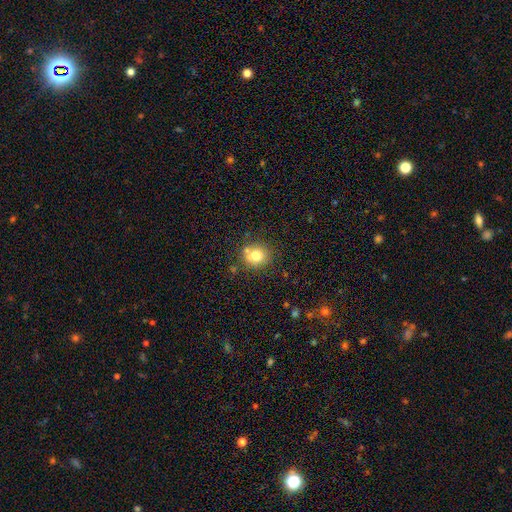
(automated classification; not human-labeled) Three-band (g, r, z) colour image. It shows a smooth galaxy with no disk features (75%) that is round (80%). Merging: none (70%).